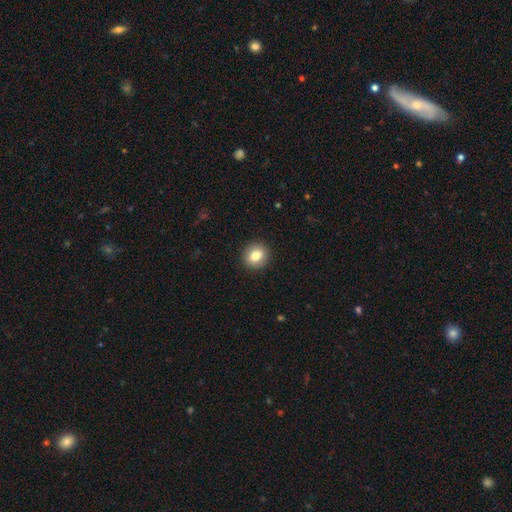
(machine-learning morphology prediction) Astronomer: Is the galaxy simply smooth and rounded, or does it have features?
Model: smooth — 81%.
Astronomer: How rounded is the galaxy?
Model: round — 82%.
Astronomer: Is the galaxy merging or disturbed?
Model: none — 92%.